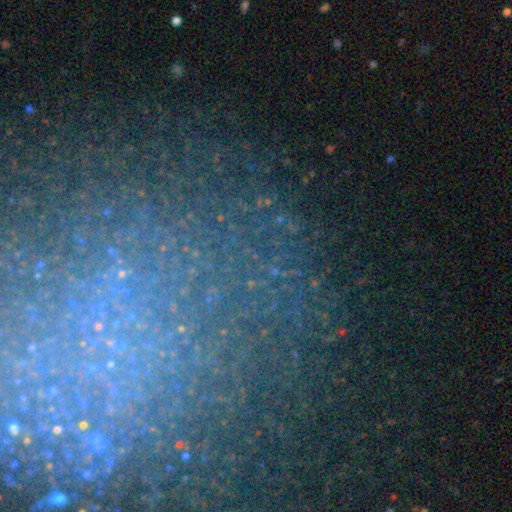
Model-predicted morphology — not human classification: Smooth or featured? Predicted: star or artifact (p=0.67).